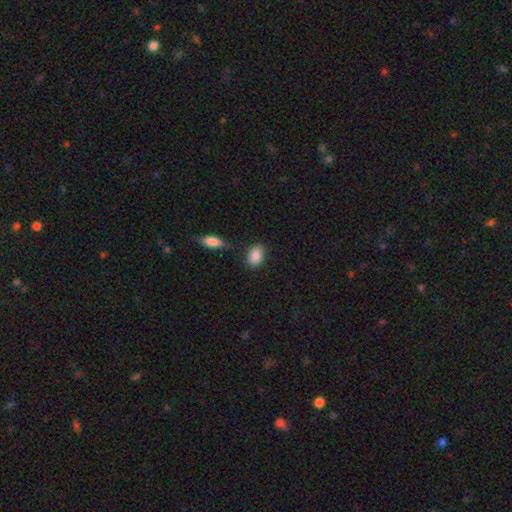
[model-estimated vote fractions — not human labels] smooth 87%, star or artifact 7%, featured or disk 6%. Down the decision tree: how rounded — in between (79%); merging — none (78%).